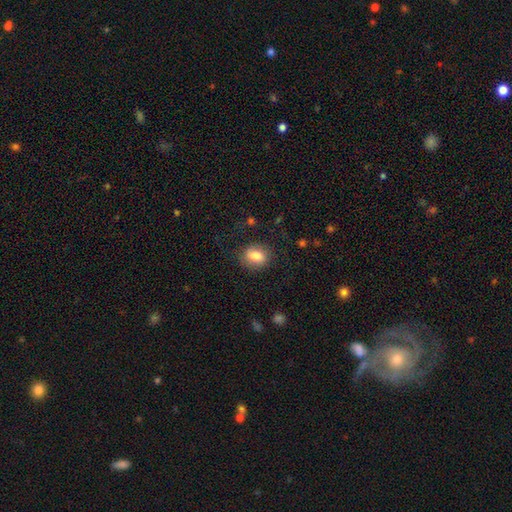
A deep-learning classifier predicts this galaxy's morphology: smooth 81%, featured or disk 10%, star or artifact 8%. Down the decision tree: how rounded — in between (64%); merging — none (77%).